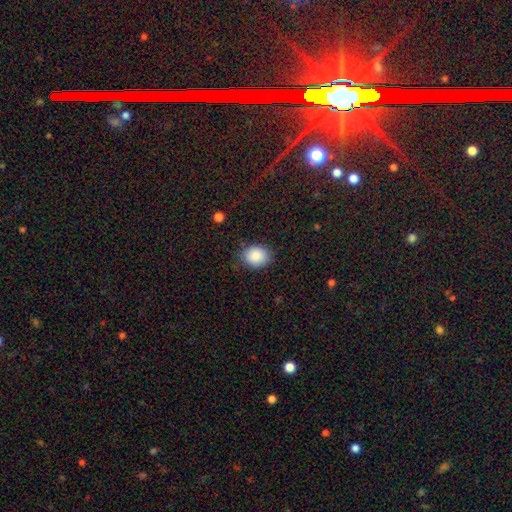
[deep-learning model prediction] Q: Smooth or featured?
A: smooth (88%); runner-up: star or artifact (8%)
Q: How rounded?
A: round (57%); runner-up: in between (42%)
Q: Merging?
A: none (83%); runner-up: minor disturbance (12%)